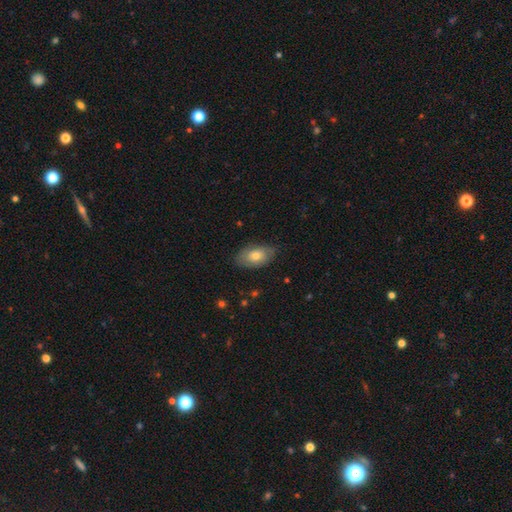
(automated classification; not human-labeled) Smooth or featured? smooth (71%)
How rounded? in between (92%)
Merging? none (76%)